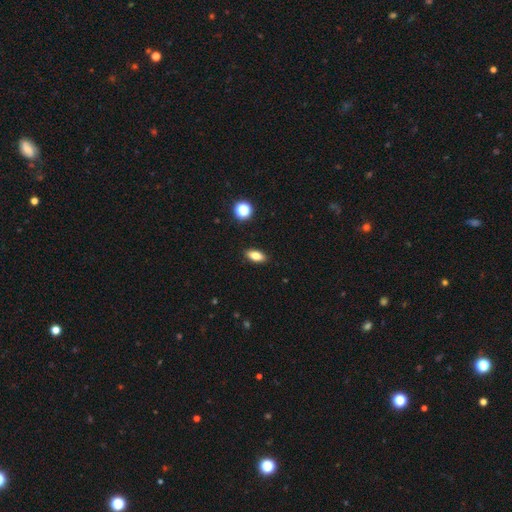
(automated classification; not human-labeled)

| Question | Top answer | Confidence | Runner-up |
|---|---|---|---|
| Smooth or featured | smooth | 80% | featured or disk (11%) |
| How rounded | in between | 84% | cigar-shaped (10%) |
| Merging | none | 89% | minor disturbance (8%) |